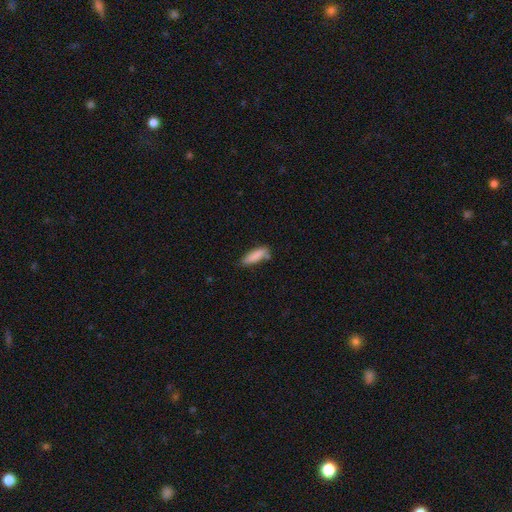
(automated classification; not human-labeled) smooth_or_featured: smooth (p=0.86) [alt: featured or disk p=0.07]
how_rounded: cigar-shaped (p=0.50) [alt: in between p=0.49]
merging: none (p=0.67) [alt: minor disturbance p=0.22]